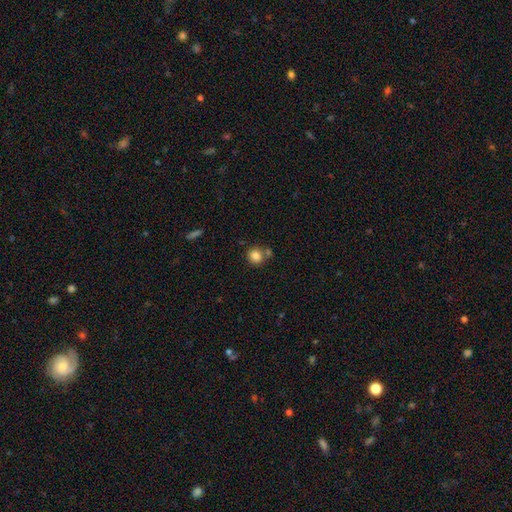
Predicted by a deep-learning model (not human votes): Smooth or featured?
  - smooth: 84% *
  - star or artifact: 10%
  - featured or disk: 6%
How rounded?
  - round: 86% *
  - in between: 13%
  - cigar-shaped: 1%
Merging?
  - none: 67% *
  - merger: 19%
  - minor disturbance: 11%
  - major disturbance: 3%